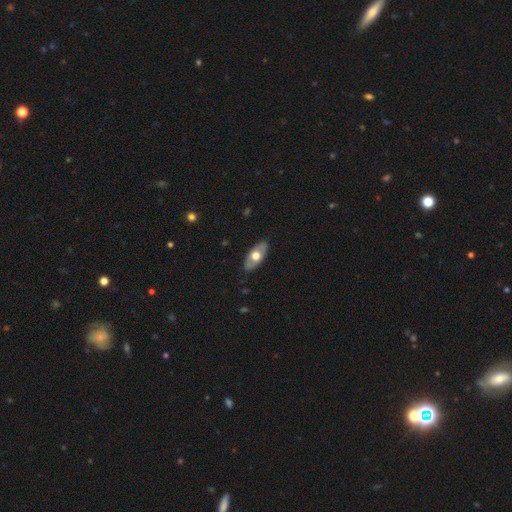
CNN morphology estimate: Smooth or featured? smooth (51%)
How rounded? in between (88%)
Merging? none (85%)